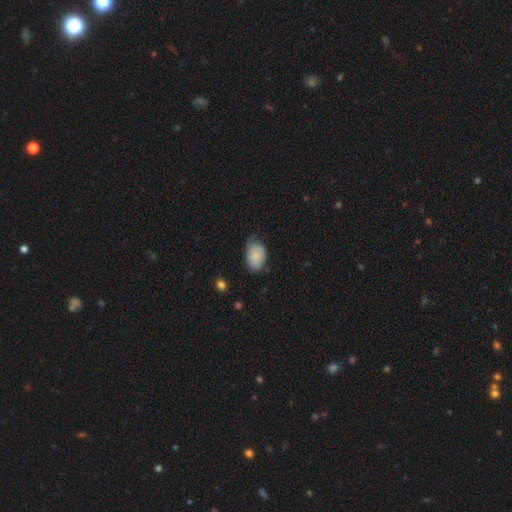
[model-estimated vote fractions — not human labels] This is clearly a smooth galaxy (83%). How rounded: clearly in between (84%). Merging: possibly none (51%).